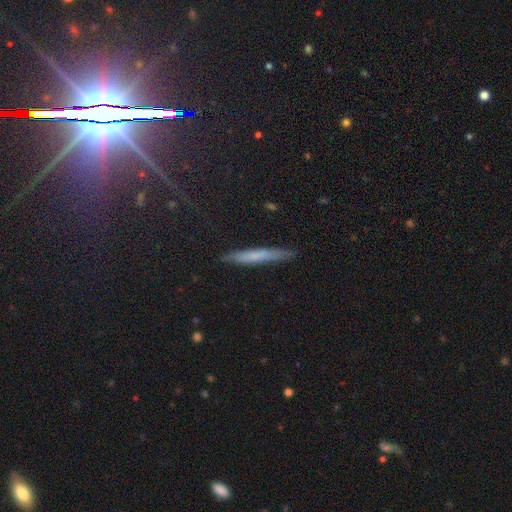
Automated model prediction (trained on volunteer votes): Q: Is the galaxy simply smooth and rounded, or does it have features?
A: smooth — 60%.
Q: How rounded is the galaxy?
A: cigar-shaped — 95%.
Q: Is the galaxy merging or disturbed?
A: none — 86%.